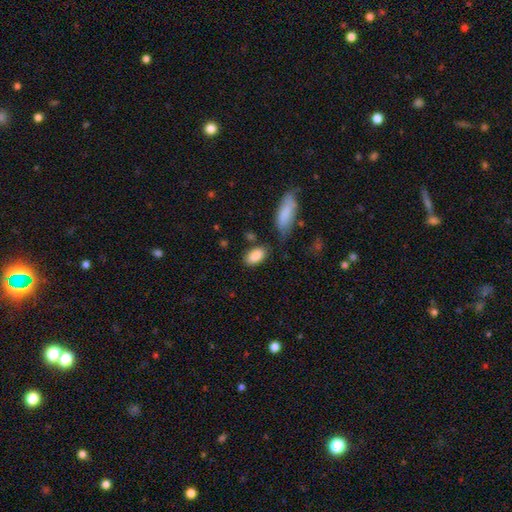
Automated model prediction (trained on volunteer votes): This is clearly a smooth galaxy (88%). How rounded: clearly in between (93%). Merging: likely none (72%).